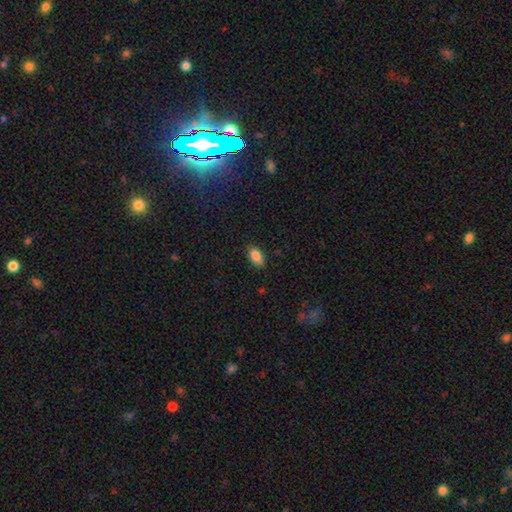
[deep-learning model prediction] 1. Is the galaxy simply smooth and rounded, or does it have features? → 87% smooth, 8% star or artifact, 4% featured or disk.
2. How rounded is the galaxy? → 91% in between, 6% cigar-shaped, 3% round.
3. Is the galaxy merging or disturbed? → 85% none, 12% minor disturbance, 2% major disturbance, 1% merger.